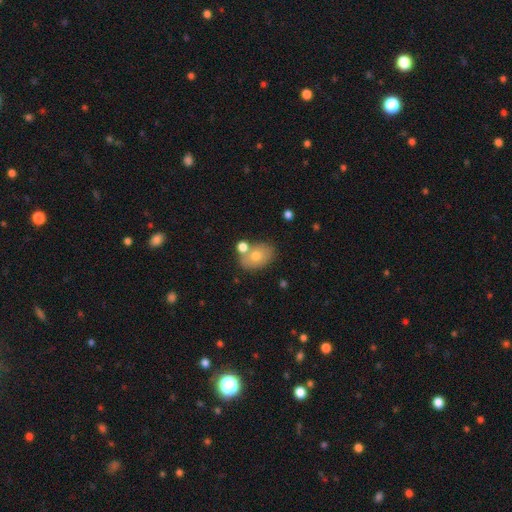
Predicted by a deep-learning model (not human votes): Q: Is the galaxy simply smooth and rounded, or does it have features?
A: smooth — 71%.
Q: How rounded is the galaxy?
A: in between — 74%.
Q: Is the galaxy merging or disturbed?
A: none — 64%.